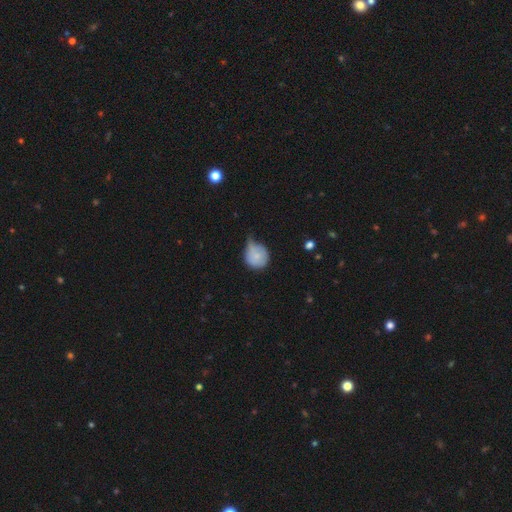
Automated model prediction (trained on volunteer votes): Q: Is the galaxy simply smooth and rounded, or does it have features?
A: smooth — 79%.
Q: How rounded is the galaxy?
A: round — 84%.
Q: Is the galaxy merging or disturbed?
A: minor disturbance — 51%.